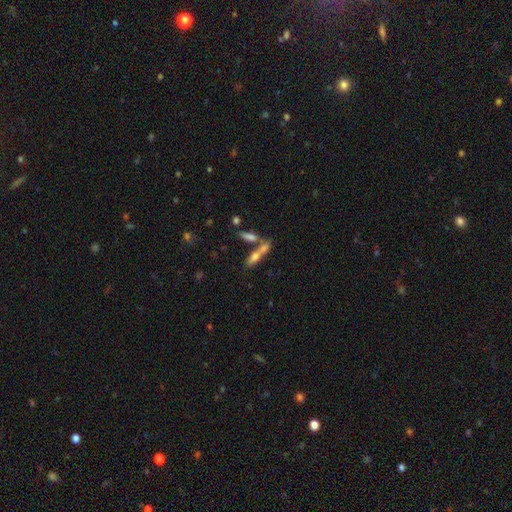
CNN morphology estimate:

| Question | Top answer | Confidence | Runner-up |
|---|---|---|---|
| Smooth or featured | smooth | 54% | featured or disk (33%) |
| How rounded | cigar-shaped | 53% | in between (43%) |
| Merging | merger | 48% | none (39%) |